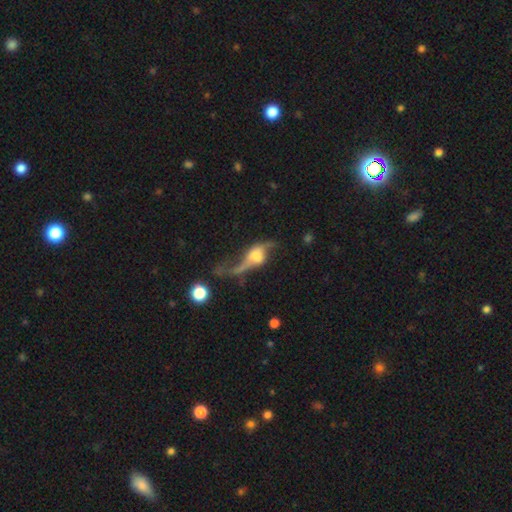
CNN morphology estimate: A featured or disk galaxy (69%) with no bar (56%), spiral arms (75%) and a moderate central bulge (30%).

Vote fractions:
- Smooth or featured? featured or disk: 69% / smooth: 22% / star or artifact: 9%
- Edge-on disk? no: 79% / yes: 21%
- Bar? no: 56% / weak: 30% / strong: 14%
- Spiral arms? yes: 75% / no: 25%
- Bulge size? moderate: 30% / large: 24% / small: 22% / none: 16% / dominant: 9%
- Merging? major disturbance: 43% / none: 27% / minor disturbance: 16% / merger: 15%